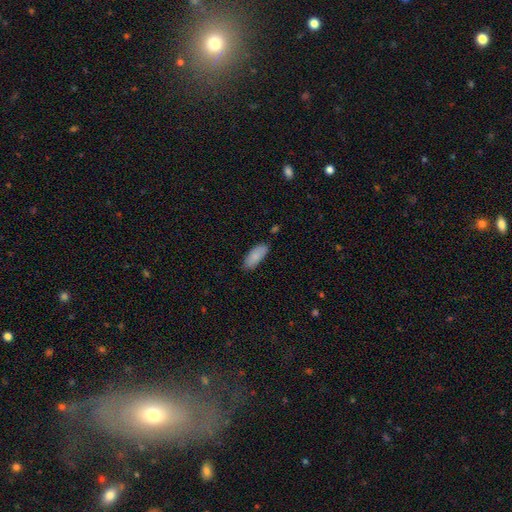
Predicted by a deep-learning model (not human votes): Overall: smooth (86%). How rounded: in between (80%). Merging: none (82%).